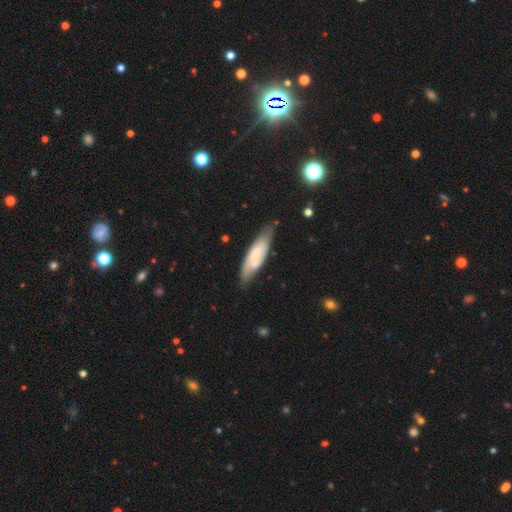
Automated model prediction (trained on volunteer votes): smooth 50%, featured or disk 44%, star or artifact 6%. Down the decision tree: merging — none (70%).